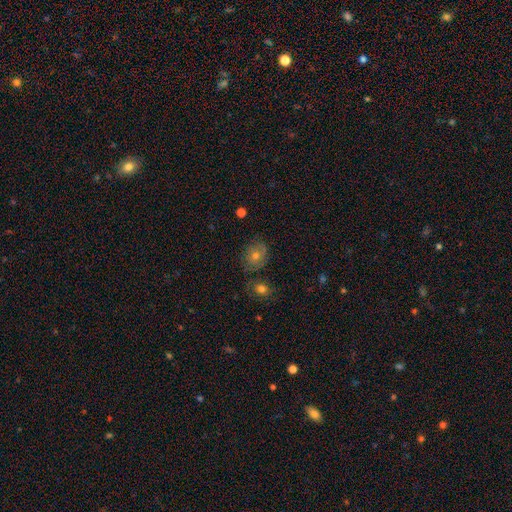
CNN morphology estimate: smooth_or_featured: smooth (p=0.45) [alt: featured or disk p=0.35]
merging: none (p=0.74) [alt: minor disturbance p=0.16]